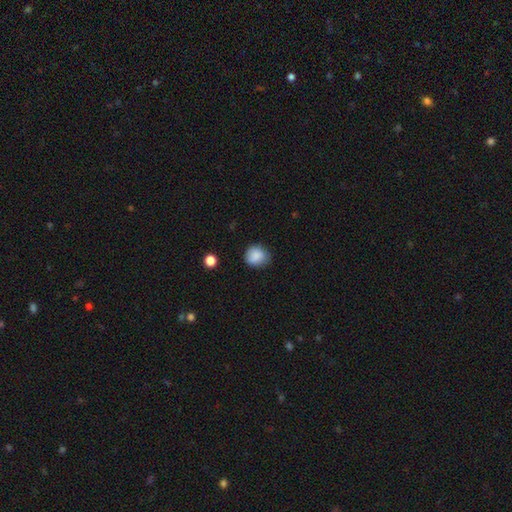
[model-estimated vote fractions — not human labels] smooth-or-featured: smooth: 87% | star or artifact: 8% | featured or disk: 4%
  how-rounded: round: 78% | in between: 21% | cigar-shaped: 1%
  merging: none: 75% | minor disturbance: 20% | major disturbance: 4% | merger: 1%